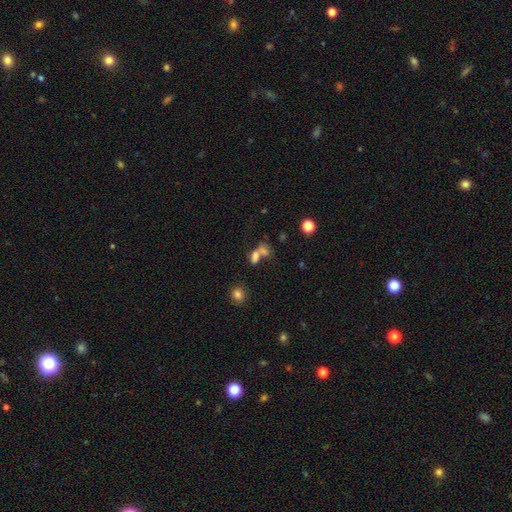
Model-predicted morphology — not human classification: A smooth galaxy with no disk features (69%) that is in between round and cigar-shaped (77%).

Vote fractions:
- Smooth or featured? smooth: 69% / featured or disk: 15% / star or artifact: 15%
- How rounded? in between: 77% / round: 18% / cigar-shaped: 5%
- Merging? merger: 60% / none: 24% / minor disturbance: 8% / major disturbance: 8%